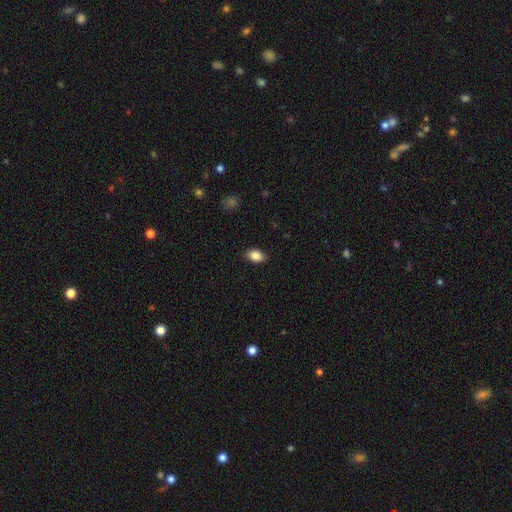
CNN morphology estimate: This appears to be a smooth galaxy with no disk features (86%) that is in between round and cigar-shaped (87%). Merging: none (88%).